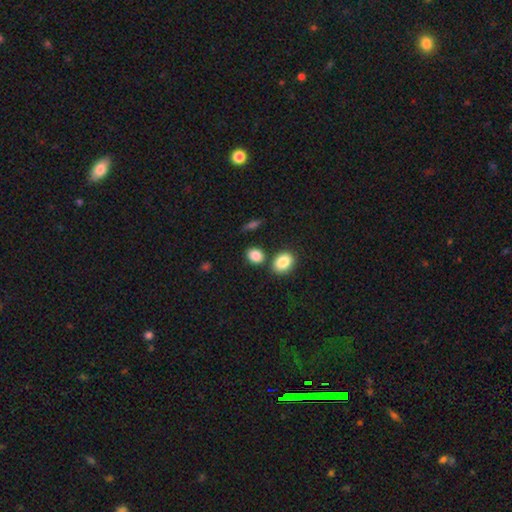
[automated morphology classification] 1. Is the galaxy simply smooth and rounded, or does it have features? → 86% smooth, 9% star or artifact, 5% featured or disk.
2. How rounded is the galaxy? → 51% in between, 47% round, 2% cigar-shaped.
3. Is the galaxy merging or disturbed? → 73% none, 14% merger, 11% minor disturbance, 3% major disturbance.